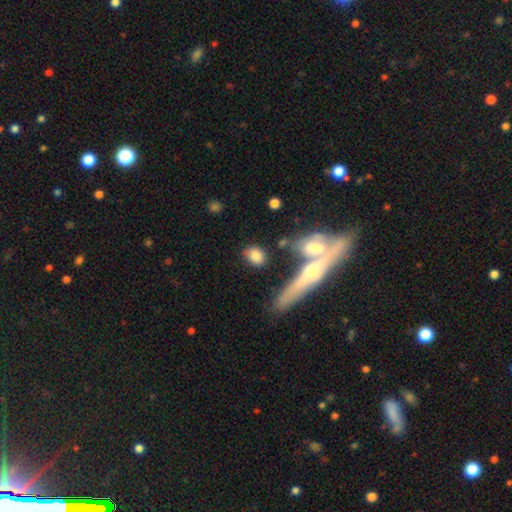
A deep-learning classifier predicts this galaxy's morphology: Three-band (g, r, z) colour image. It shows a smooth galaxy with no disk features (77%) that is in between round and cigar-shaped (59%). Merging: none (70%).